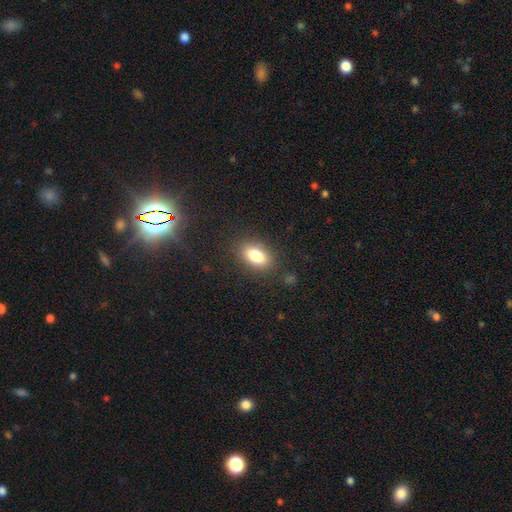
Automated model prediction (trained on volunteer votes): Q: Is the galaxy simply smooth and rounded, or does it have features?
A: smooth — 83%.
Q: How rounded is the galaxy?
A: in between — 88%.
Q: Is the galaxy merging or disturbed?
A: none — 85%.